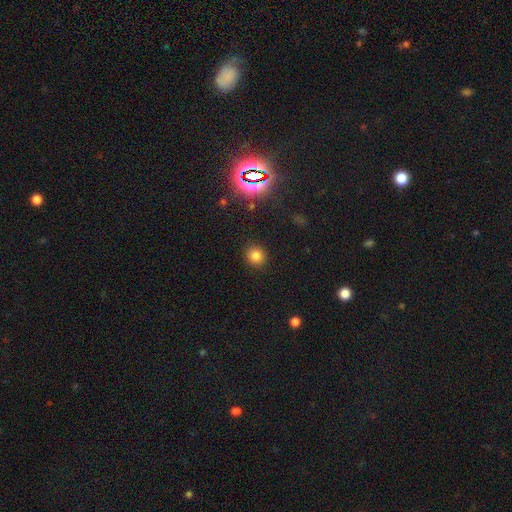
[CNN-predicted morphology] smooth_or_featured: smooth (p=0.78) [alt: star or artifact p=0.16]
how_rounded: round (p=0.89) [alt: in between p=0.10]
merging: none (p=0.90) [alt: minor disturbance p=0.06]